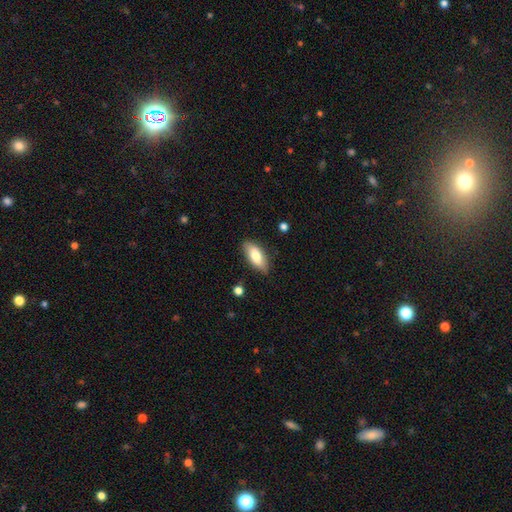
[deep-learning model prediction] Smooth or featured? smooth (77%)
How rounded? in between (82%)
Merging? none (84%)